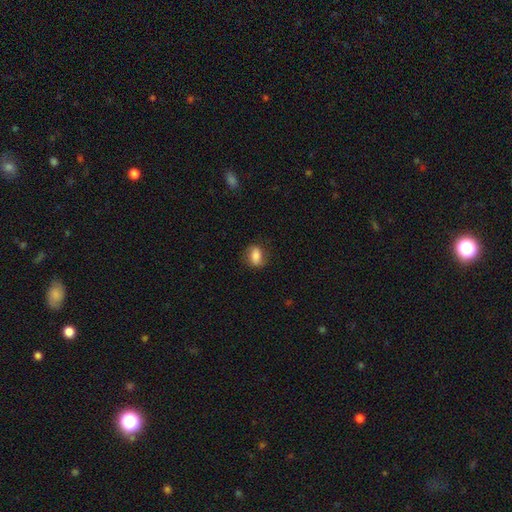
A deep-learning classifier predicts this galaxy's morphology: The model was most divided on "how rounded": in between: 75%, round: 22%, cigar-shaped: 4%. More confident: merging — none (76%); smooth or featured — smooth (76%).